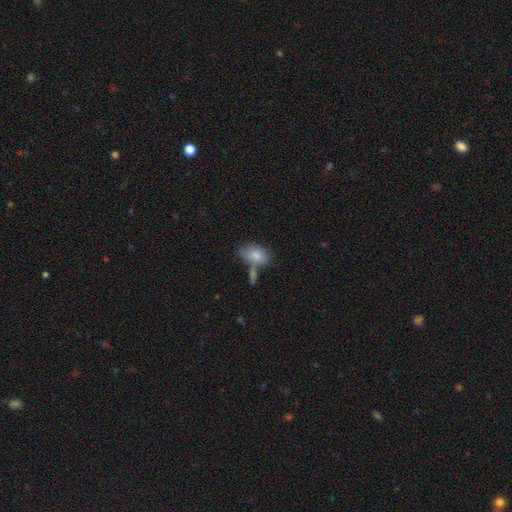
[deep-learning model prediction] smooth-or-featured: smooth: 82% | featured or disk: 11% | star or artifact: 7%
  how-rounded: in between: 88% | round: 10% | cigar-shaped: 2%
  merging: none: 49% | merger: 25% | minor disturbance: 19% | major disturbance: 7%